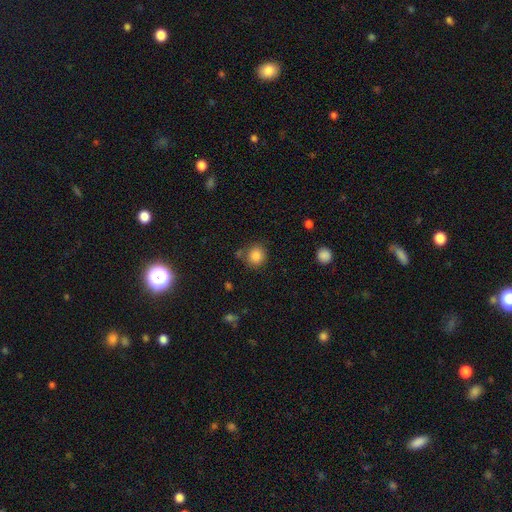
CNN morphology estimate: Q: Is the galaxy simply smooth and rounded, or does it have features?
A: smooth — 86%.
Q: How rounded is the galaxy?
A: round — 85%.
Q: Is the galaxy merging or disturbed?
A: none — 76%.